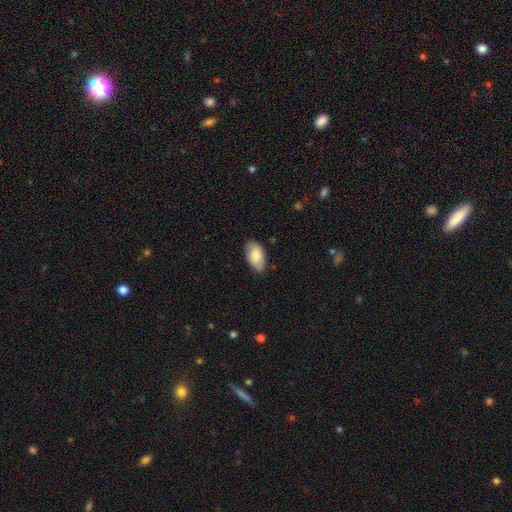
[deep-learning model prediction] This appears to be a smooth galaxy with no disk features (82%) that is in between round and cigar-shaped (95%). Merging: none (81%).